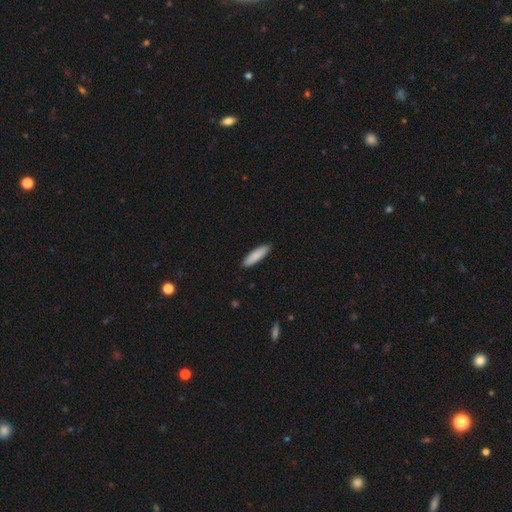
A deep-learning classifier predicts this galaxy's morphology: Smooth or featured? Predicted: smooth (p=0.87). How rounded? Predicted: cigar-shaped (p=0.70). Merging? Predicted: none (p=0.90).